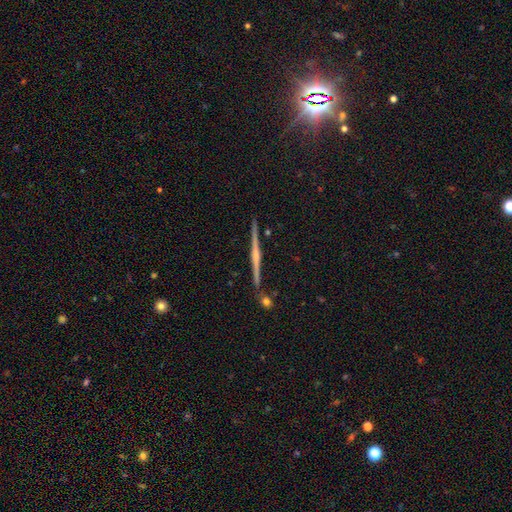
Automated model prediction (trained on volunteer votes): The model was most divided on "edge-on bulge": rounded: 66%, none: 22%, boxy: 12%. More confident: edge-on disk — yes (99%); merging — none (89%); smooth or featured — featured or disk (81%).